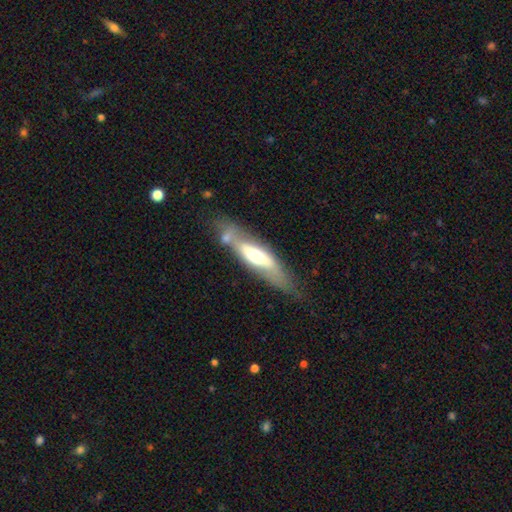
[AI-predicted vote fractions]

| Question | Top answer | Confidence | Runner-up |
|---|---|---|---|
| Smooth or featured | featured or disk | 55% | smooth (39%) |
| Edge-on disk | yes | 52% | no (48%) |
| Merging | none | 55% | minor disturbance (21%) |